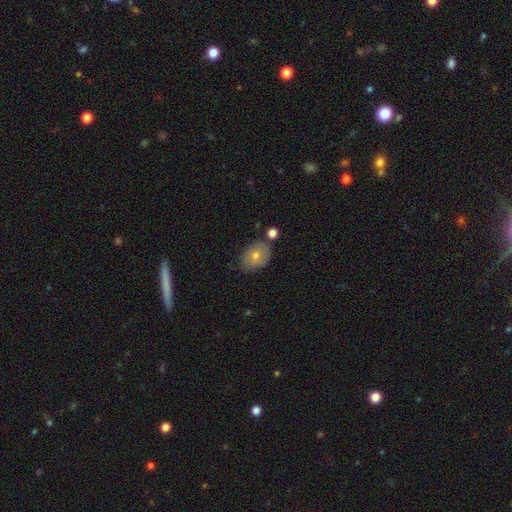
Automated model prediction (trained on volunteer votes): Smooth or featured? smooth (65%)
How rounded? in between (63%)
Merging? none (72%)